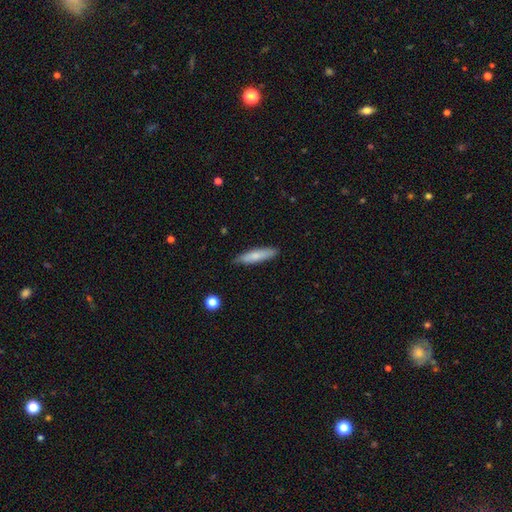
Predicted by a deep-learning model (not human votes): This is likely a smooth galaxy (73%). How rounded: likely cigar-shaped (80%). Merging: clearly none (85%).